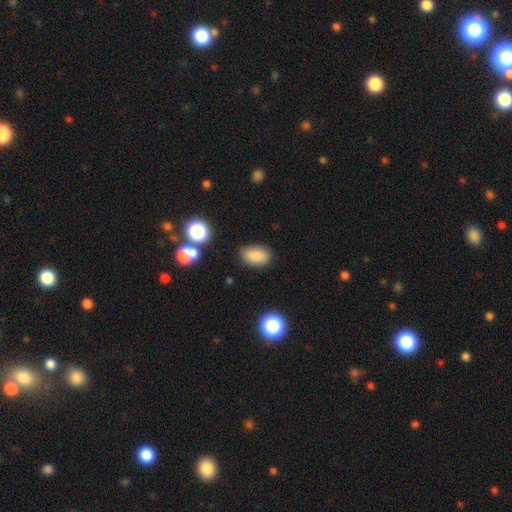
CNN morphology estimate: A smooth galaxy with no disk features (85%) that is in between round and cigar-shaped (89%). Merging: none (81%).